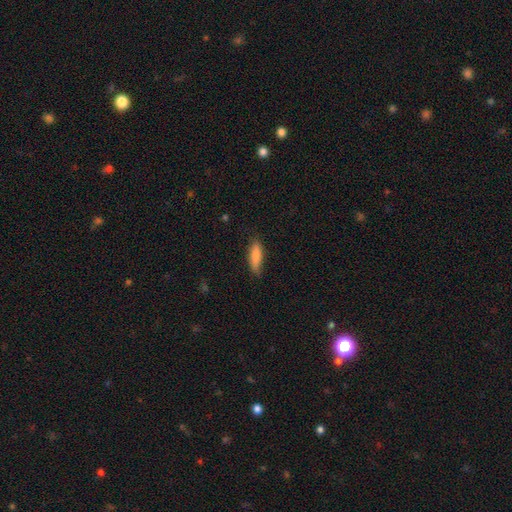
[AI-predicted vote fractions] smooth_or_featured: smooth (p=0.83) [alt: featured or disk p=0.11]
how_rounded: cigar-shaped (p=0.57) [alt: in between p=0.41]
merging: none (p=0.77) [alt: minor disturbance p=0.19]